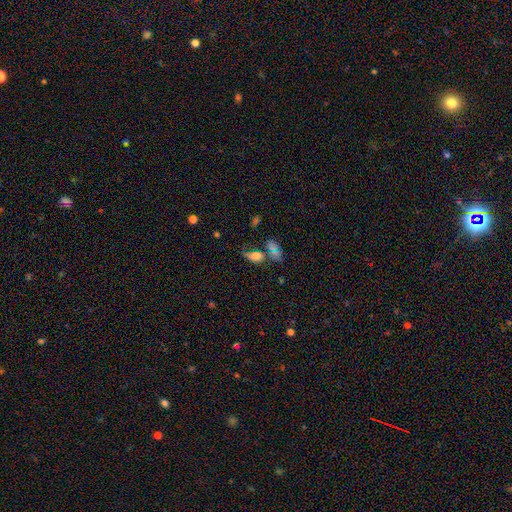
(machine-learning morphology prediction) Smooth or featured?
  - smooth: 65% *
  - featured or disk: 19%
  - star or artifact: 16%
How rounded?
  - in between: 80% *
  - round: 15%
  - cigar-shaped: 5%
Merging?
  - none: 30% *
  - merger: 24%
  - major disturbance: 24%
  - minor disturbance: 23%